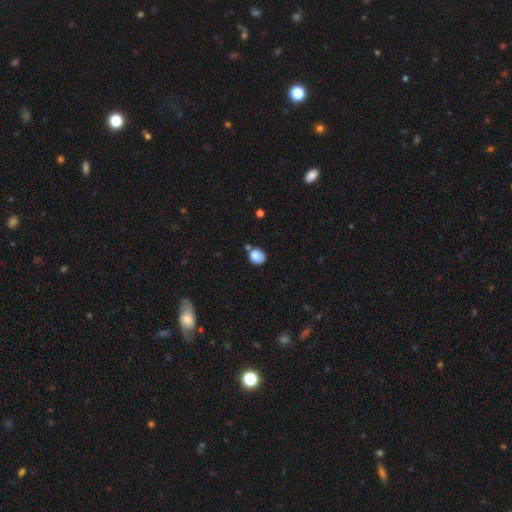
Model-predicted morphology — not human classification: Smooth or featured?
  - smooth: 80% *
  - featured or disk: 11%
  - star or artifact: 9%
How rounded?
  - round: 74% *
  - in between: 25%
  - cigar-shaped: 1%
Merging?
  - none: 59% *
  - minor disturbance: 20%
  - merger: 14%
  - major disturbance: 6%